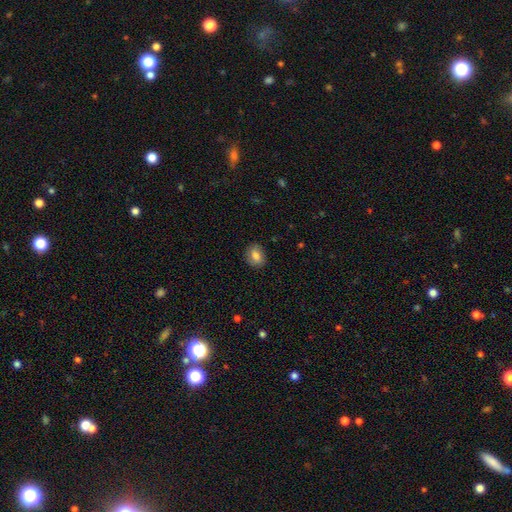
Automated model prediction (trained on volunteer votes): Overall: smooth (79%). How rounded: in between (55%; round 44%). Merging: none (85%).